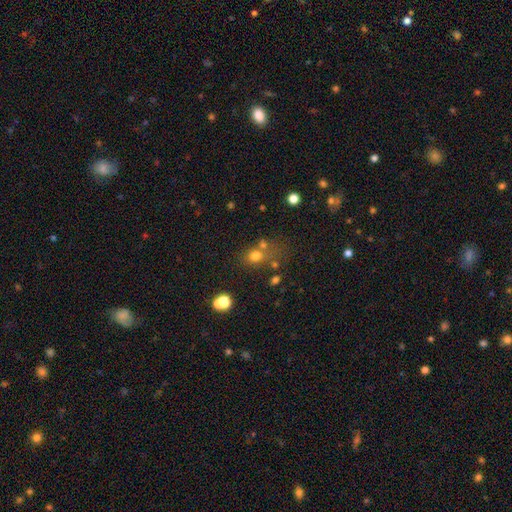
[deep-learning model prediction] smooth_or_featured: smooth (p=0.70) [alt: star or artifact p=0.19]
how_rounded: round (p=0.59) [alt: in between p=0.39]
merging: none (p=0.49) [alt: merger p=0.26]